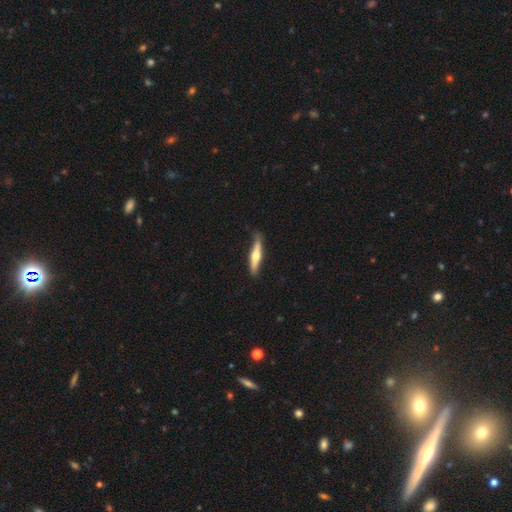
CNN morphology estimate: Smooth or featured: featured or disk — 53% (smooth — 43%)
Edge-on disk: yes — 94% (no — 6%)
Merging: none — 79% (minor disturbance — 17%)